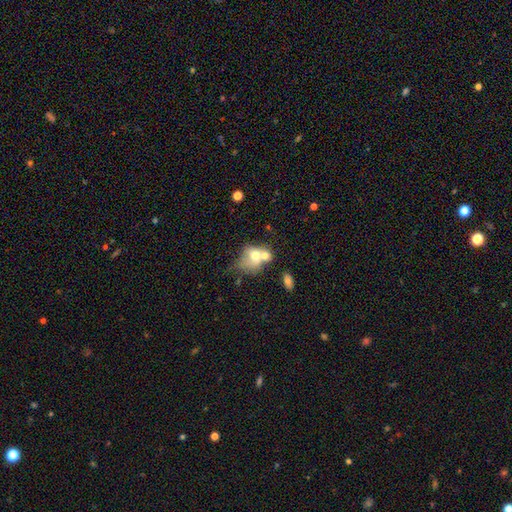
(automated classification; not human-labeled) Overall: smooth (64%; featured or disk 26%). How rounded: in between (57%; round 42%). Merging: merger (59%).